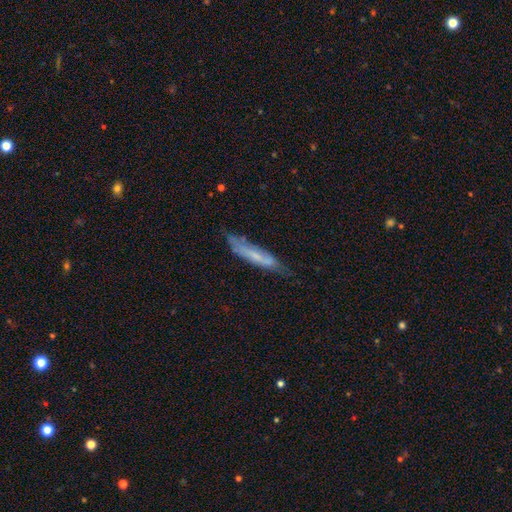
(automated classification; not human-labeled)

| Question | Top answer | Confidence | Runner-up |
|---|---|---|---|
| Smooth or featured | smooth | 48% | featured or disk (45%) |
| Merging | none | 60% | minor disturbance (29%) |